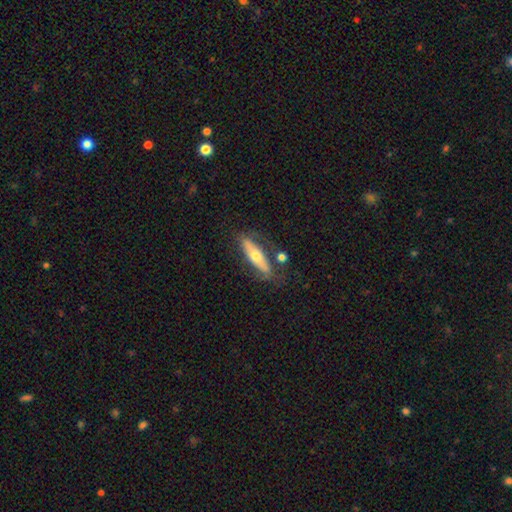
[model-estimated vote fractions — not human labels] featured or disk 49%, smooth 45%, star or artifact 6%. Down the decision tree: merging — none (68%).